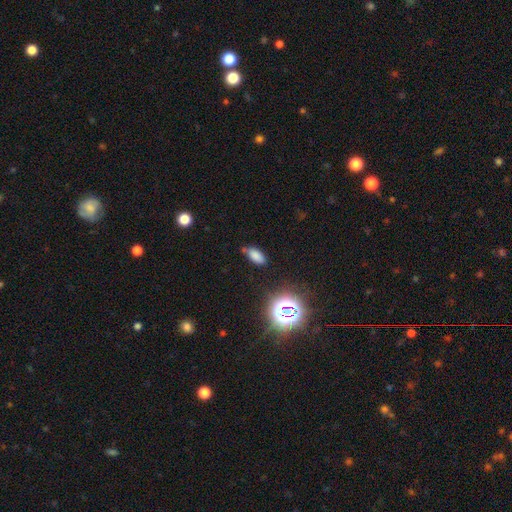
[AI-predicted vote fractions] Smooth or featured?
  - smooth: 74% *
  - star or artifact: 19%
  - featured or disk: 8%
How rounded?
  - in between: 87% *
  - cigar-shaped: 9%
  - round: 4%
Merging?
  - none: 73% *
  - minor disturbance: 19%
  - major disturbance: 4%
  - merger: 4%